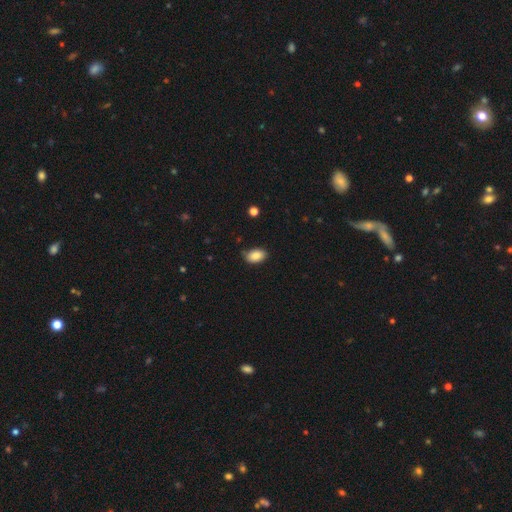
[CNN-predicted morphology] The model was most divided on "merging": none: 77%, minor disturbance: 19%, major disturbance: 3%, merger: 1%. More confident: how rounded — in between (90%); smooth or featured — smooth (87%).